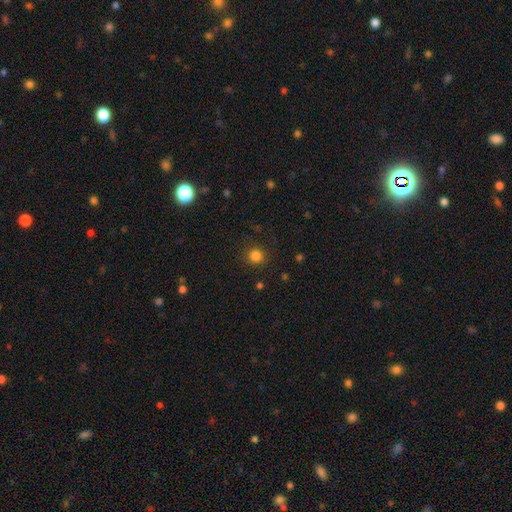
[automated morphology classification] type=smooth (83%); roundness=round (93%); merging=none (89%).